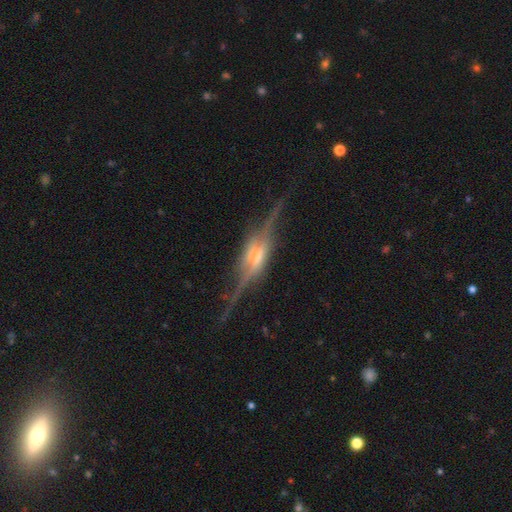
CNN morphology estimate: smooth_or_featured: featured or disk (p=0.88) [alt: smooth p=0.06]
disk_edge_on: yes (p=0.95) [alt: no p=0.05]
edge_on_bulge: rounded (p=0.68) [alt: boxy p=0.27]
merging: none (p=0.76) [alt: minor disturbance p=0.16]